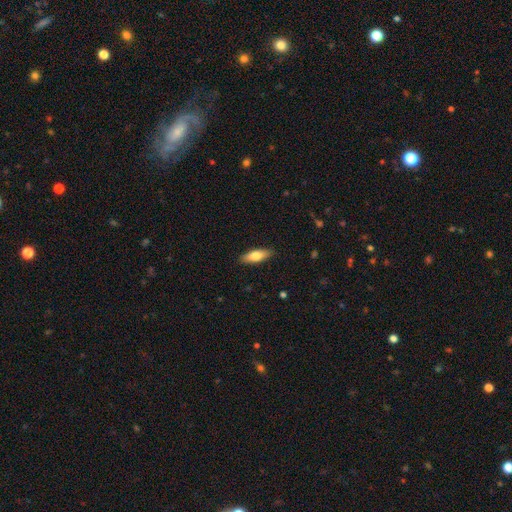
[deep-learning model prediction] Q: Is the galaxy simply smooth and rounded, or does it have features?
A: smooth — 76%.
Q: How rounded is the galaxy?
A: in between — 61%.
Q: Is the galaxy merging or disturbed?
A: none — 89%.